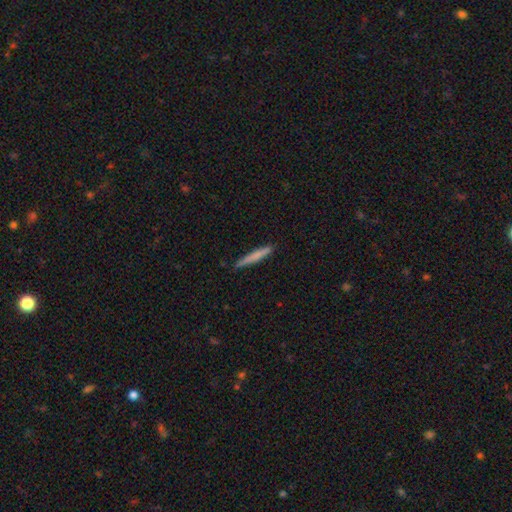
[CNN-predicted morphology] smooth 69%, featured or disk 25%, star or artifact 6%. Down the decision tree: how rounded — cigar-shaped (96%); merging — none (87%).